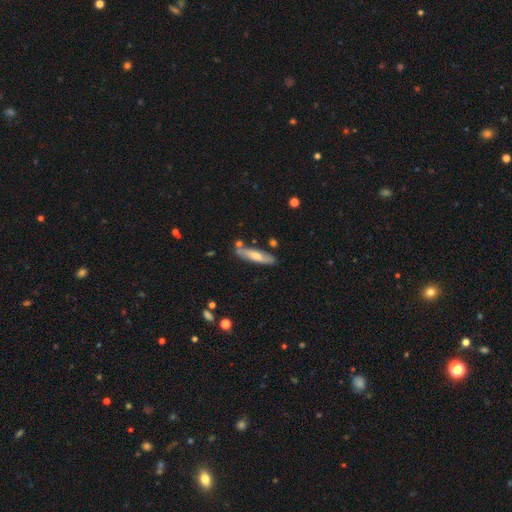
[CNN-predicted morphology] Smooth or featured? Predicted: smooth (p=0.57). How rounded? Predicted: cigar-shaped (p=0.77). Merging? Predicted: none (p=0.75).